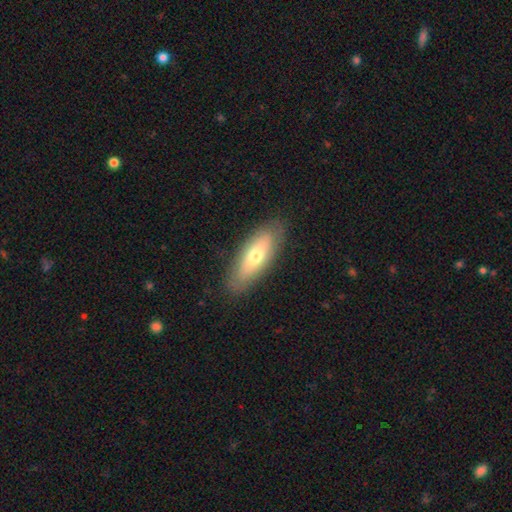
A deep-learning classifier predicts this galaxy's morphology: This appears to be a smooth galaxy with no disk features (61%) that is in between round and cigar-shaped (68%). Merging: none (85%).